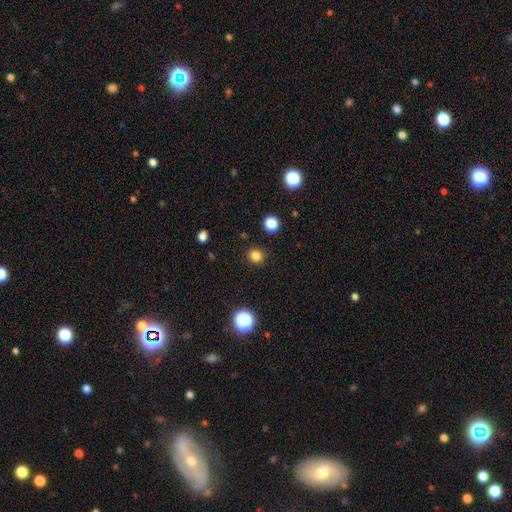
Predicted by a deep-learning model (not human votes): This is clearly a smooth galaxy (82%). How rounded: clearly round (89%). Merging: clearly none (90%).